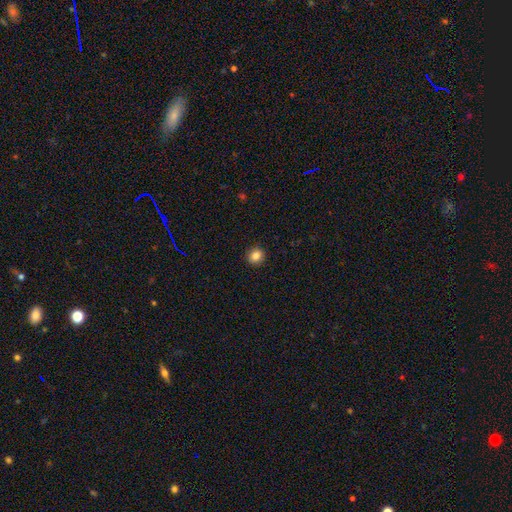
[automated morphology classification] This appears to be a smooth galaxy with no disk features (84%) that is round (88%). Merging: none (93%).